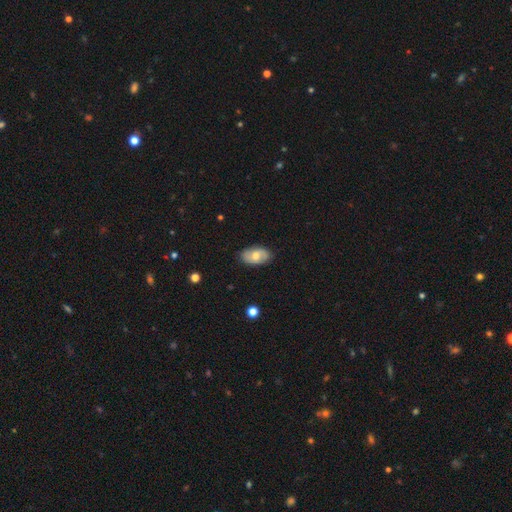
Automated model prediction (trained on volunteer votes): A smooth galaxy with no disk features (54%) that is in between round and cigar-shaped (93%). Merging: none (85%).